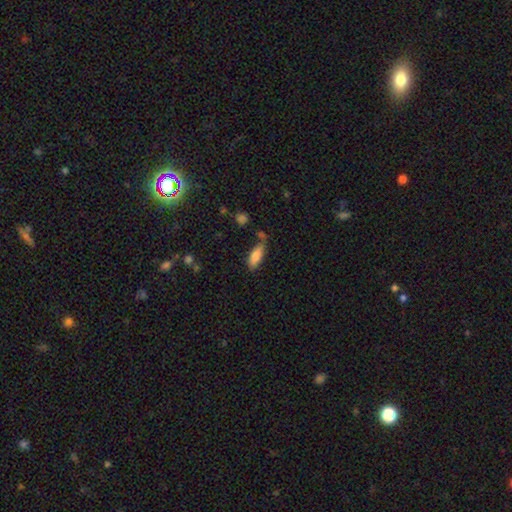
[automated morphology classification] smooth_or_featured: smooth (p=0.80) [alt: featured or disk p=0.13]
how_rounded: in between (p=0.65) [alt: cigar-shaped p=0.33]
merging: none (p=0.65) [alt: minor disturbance p=0.21]